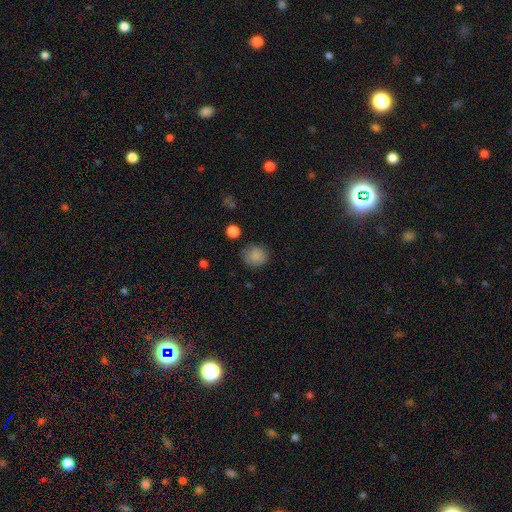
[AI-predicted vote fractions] A smooth galaxy with no disk features (85%) that is round (83%). Merging: none (77%).